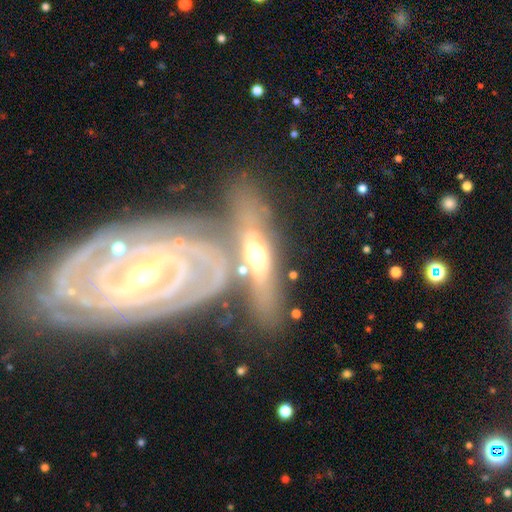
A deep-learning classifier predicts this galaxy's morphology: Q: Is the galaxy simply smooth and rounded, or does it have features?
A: featured or disk — 65%.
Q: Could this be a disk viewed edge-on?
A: no — 53%.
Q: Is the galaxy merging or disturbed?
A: merger — 42%.